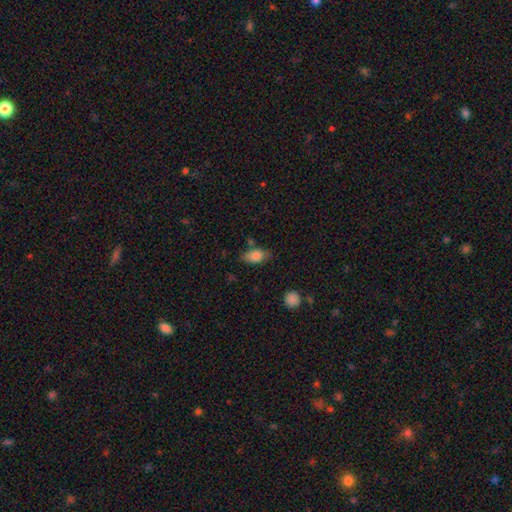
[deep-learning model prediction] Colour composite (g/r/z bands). It shows a smooth galaxy with no disk features (82%) that is in between round and cigar-shaped (87%). Merging: none (67%).